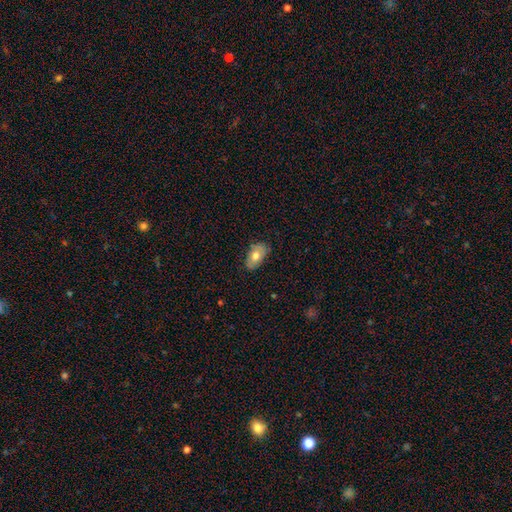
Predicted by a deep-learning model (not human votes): smooth-or-featured: smooth: 71% | featured or disk: 22% | star or artifact: 7%
  how-rounded: in between: 93% | round: 5% | cigar-shaped: 2%
  merging: none: 78% | minor disturbance: 18% | major disturbance: 3% | merger: 1%